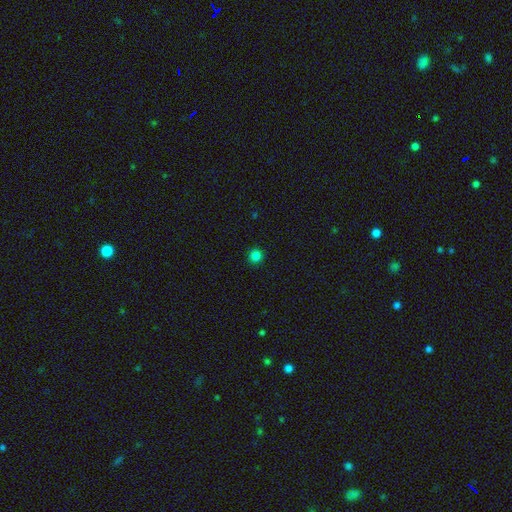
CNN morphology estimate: smooth 83%, star or artifact 14%, featured or disk 3%. Down the decision tree: how rounded — round (94%); merging — none (93%).